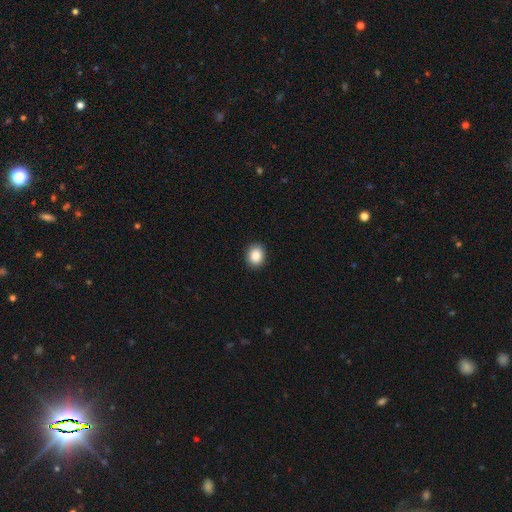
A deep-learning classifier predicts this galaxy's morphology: The model was most divided on "how rounded": round: 59%, in between: 40%, cigar-shaped: 1%. More confident: merging — none (90%); smooth or featured — smooth (88%).